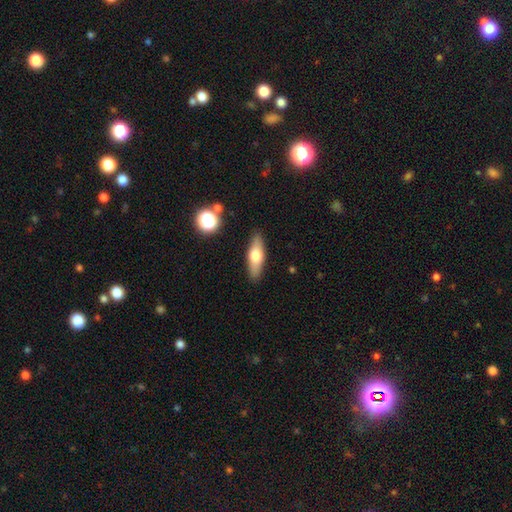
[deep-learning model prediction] Morphology: type=smooth (58%); roundness=in between (52%); merging=none (88%).